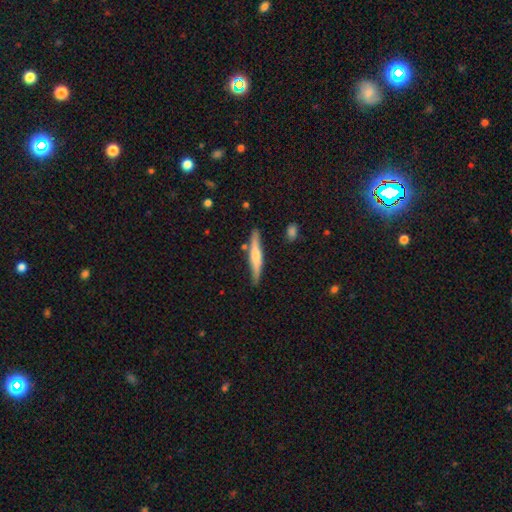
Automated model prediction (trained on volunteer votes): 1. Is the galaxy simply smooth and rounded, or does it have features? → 47% featured or disk (tied), 47% smooth (tied), 5% star or artifact.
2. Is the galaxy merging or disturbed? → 82% none, 12% minor disturbance, 3% merger, 2% major disturbance.